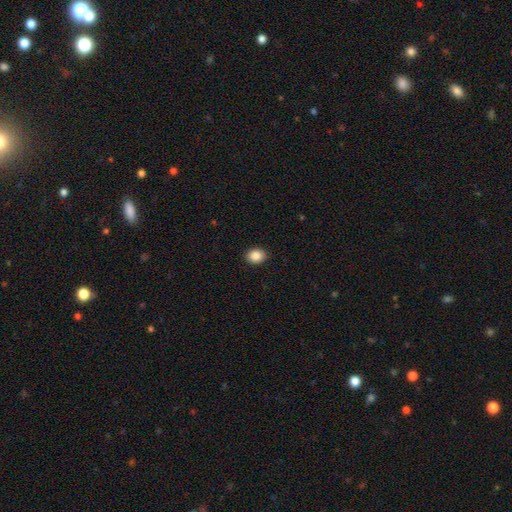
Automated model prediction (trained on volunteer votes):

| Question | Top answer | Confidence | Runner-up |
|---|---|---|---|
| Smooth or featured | smooth | 87% | star or artifact (9%) |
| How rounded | in between | 51% | round (48%) |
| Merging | none | 91% | minor disturbance (6%) |